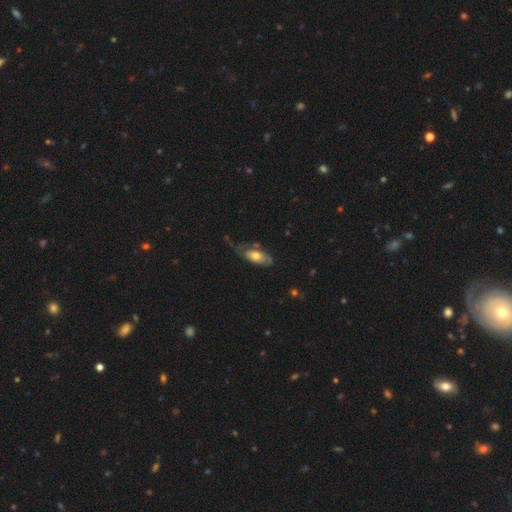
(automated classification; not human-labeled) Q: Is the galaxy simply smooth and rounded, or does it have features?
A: smooth — 52%.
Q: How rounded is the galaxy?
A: in between — 87%.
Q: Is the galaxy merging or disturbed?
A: none — 42%.